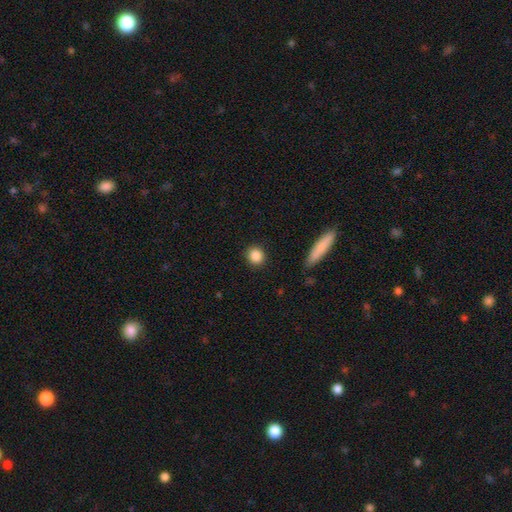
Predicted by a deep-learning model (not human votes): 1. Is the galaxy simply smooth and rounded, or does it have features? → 86% smooth, 9% star or artifact, 5% featured or disk.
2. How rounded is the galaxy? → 85% round, 13% in between, 2% cigar-shaped.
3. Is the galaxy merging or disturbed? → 90% none, 6% minor disturbance, 2% major disturbance, 1% merger.